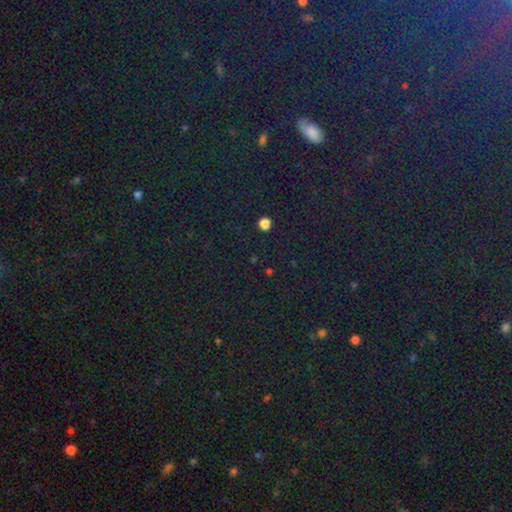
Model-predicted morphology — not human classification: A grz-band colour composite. It shows a star or artifact, not a galaxy (79%).